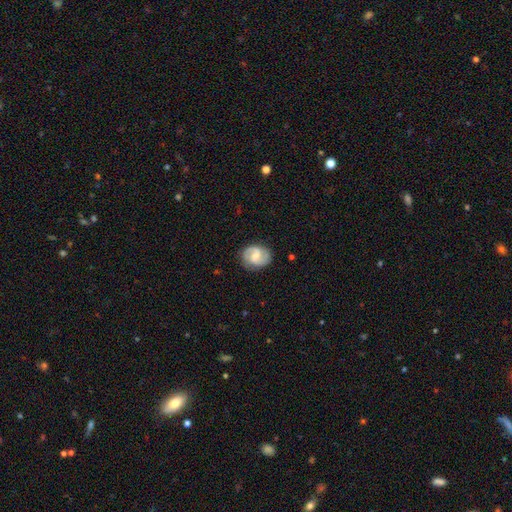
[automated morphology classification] Smooth or featured? featured or disk (70%)
Edge-on disk? no (98%)
Bar? weak (56%)
Spiral arms? yes (93%)
Spiral winding? medium (49%)
Spiral arm count? 2 (88%)
Bulge size? small (41%)
Merging? none (81%)